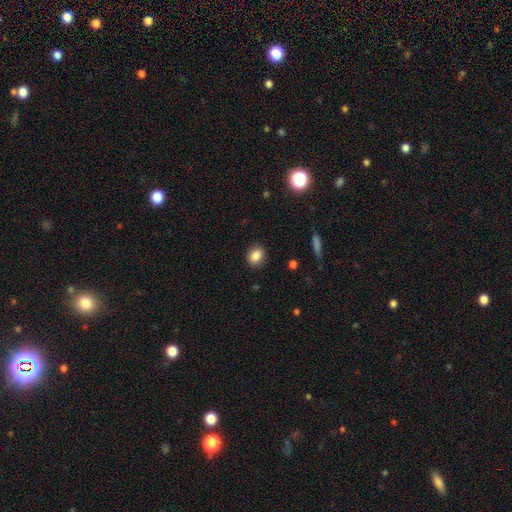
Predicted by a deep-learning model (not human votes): Smooth or featured: smooth — 85% (star or artifact — 9%)
How rounded: in between — 59% (round — 40%)
Merging: none — 88% (minor disturbance — 9%)